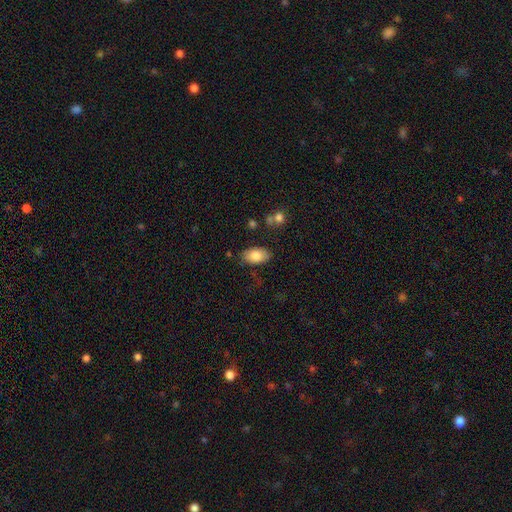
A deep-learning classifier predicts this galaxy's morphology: Smooth or featured? Predicted: smooth (p=0.82). How rounded? Predicted: in between (p=0.93). Merging? Predicted: none (p=0.81).